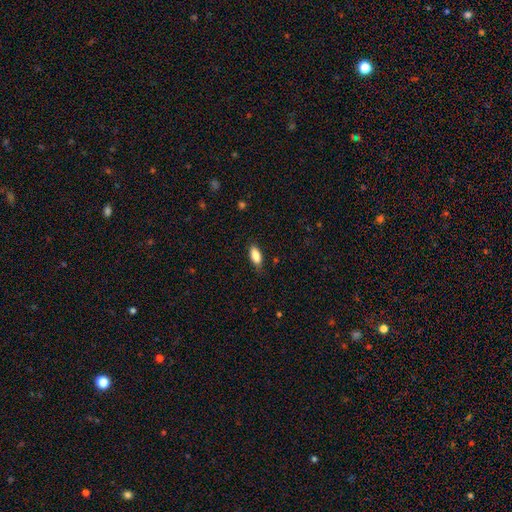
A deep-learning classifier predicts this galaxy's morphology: Overall: smooth (87%). How rounded: in between (85%). Merging: none (80%).